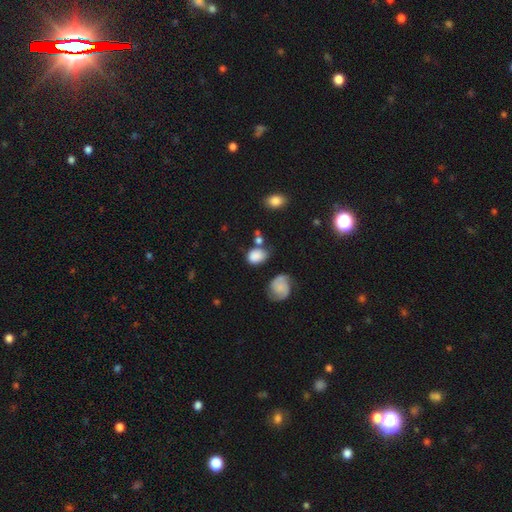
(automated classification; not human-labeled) A smooth galaxy with no disk features (81%) that is in between round and cigar-shaped (65%).

Vote fractions:
- Smooth or featured? smooth: 81% / featured or disk: 10% / star or artifact: 9%
- How rounded? in between: 65% / round: 33% / cigar-shaped: 1%
- Merging? none: 54% / minor disturbance: 22% / merger: 15% / major disturbance: 9%